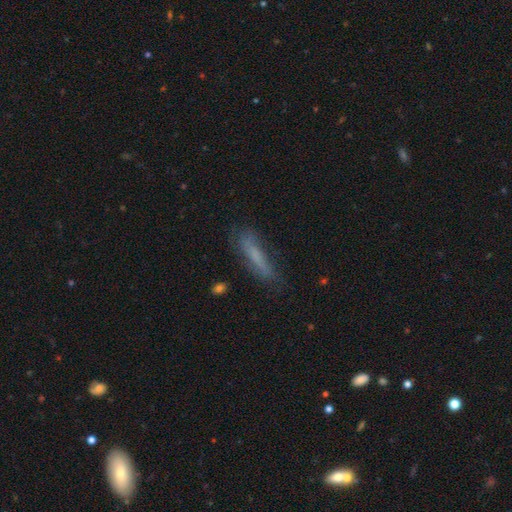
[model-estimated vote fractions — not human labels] Q: Smooth or featured?
A: smooth (63%); runner-up: featured or disk (27%)
Q: How rounded?
A: cigar-shaped (82%); runner-up: in between (16%)
Q: Merging?
A: none (68%); runner-up: minor disturbance (22%)